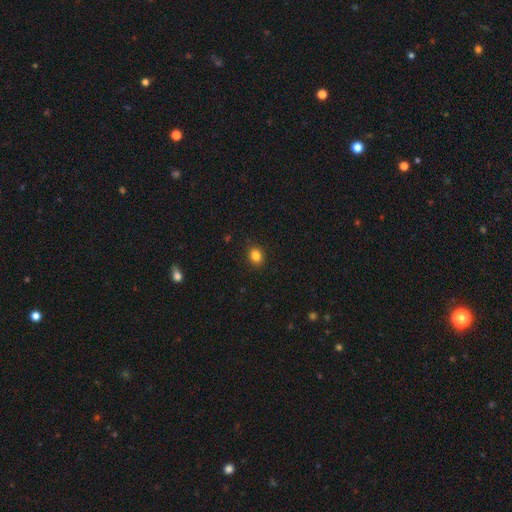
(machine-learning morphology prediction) smooth-or-featured: smooth: 84% | star or artifact: 11% | featured or disk: 5%
  how-rounded: round: 61% | in between: 38% | cigar-shaped: 1%
  merging: none: 90% | minor disturbance: 7% | major disturbance: 2% | merger: 1%